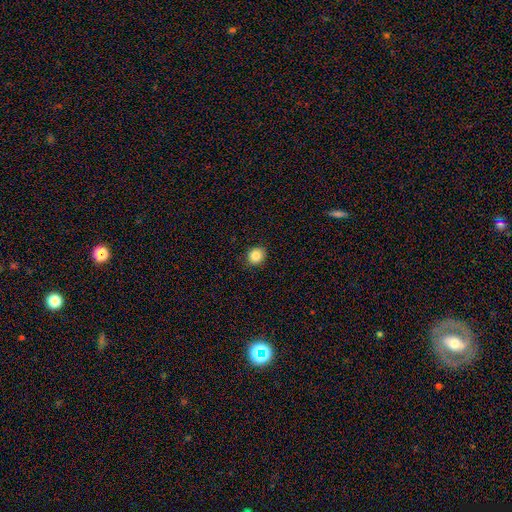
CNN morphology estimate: smooth_or_featured: smooth (p=0.85) [alt: star or artifact p=0.10]
how_rounded: round (p=0.78) [alt: in between p=0.21]
merging: none (p=0.90) [alt: minor disturbance p=0.08]